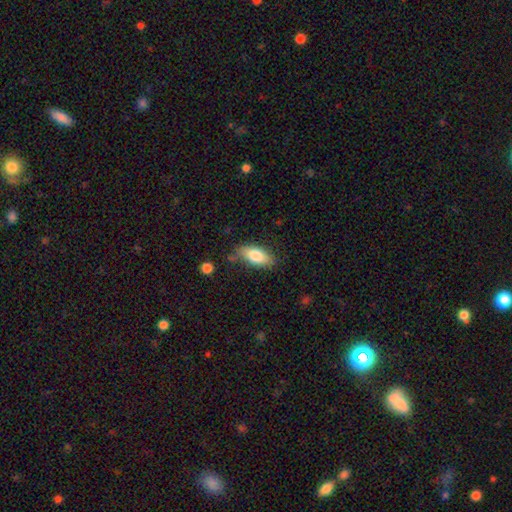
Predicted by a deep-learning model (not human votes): Smooth or featured? Predicted: smooth (p=0.79). How rounded? Predicted: in between (p=0.86). Merging? Predicted: none (p=0.72).